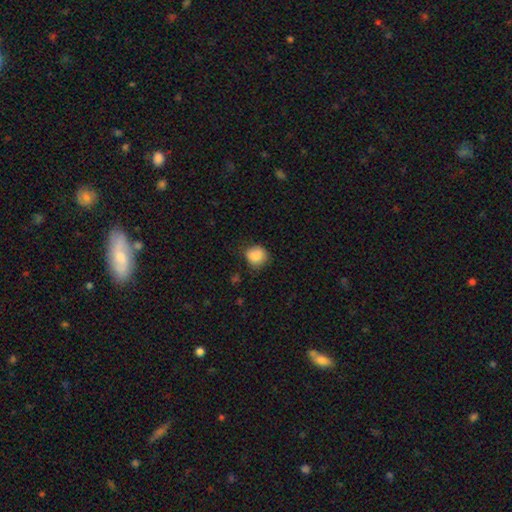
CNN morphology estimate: Smooth or featured?
  - smooth: 86% *
  - star or artifact: 9%
  - featured or disk: 5%
How rounded?
  - round: 79% *
  - in between: 20%
  - cigar-shaped: 1%
Merging?
  - none: 71% *
  - minor disturbance: 23%
  - major disturbance: 5%
  - merger: 1%